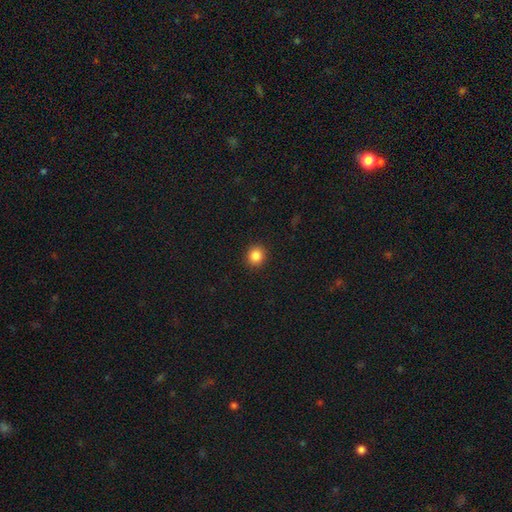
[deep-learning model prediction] This is clearly a smooth galaxy (86%). How rounded: clearly round (86%). Merging: clearly none (92%).